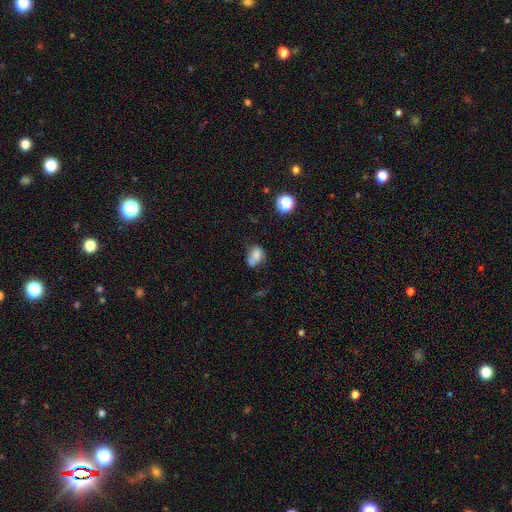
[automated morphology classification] Smooth or featured?
  - smooth: 71% *
  - featured or disk: 16%
  - star or artifact: 12%
How rounded?
  - in between: 53% *
  - round: 46%
  - cigar-shaped: 1%
Merging?
  - merger: 40% *
  - none: 31%
  - minor disturbance: 18%
  - major disturbance: 11%